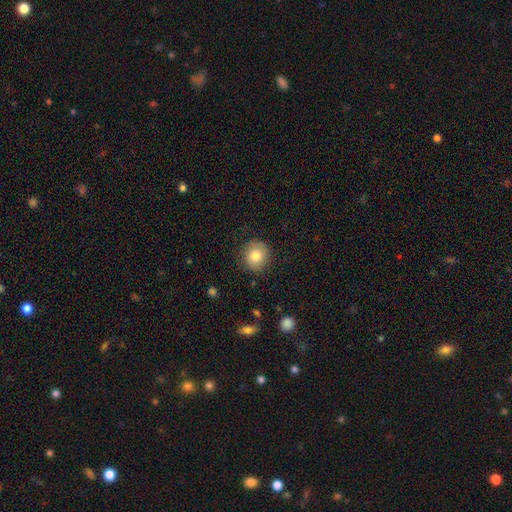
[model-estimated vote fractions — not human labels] This appears to be a smooth galaxy with no disk features (81%) that is round (86%). Merging: none (86%).